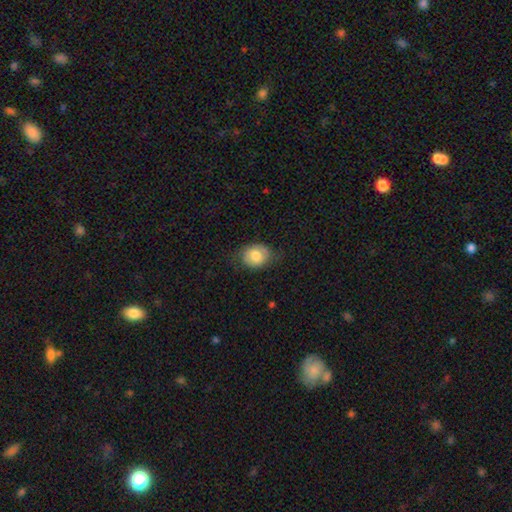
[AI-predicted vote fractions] smooth_or_featured: smooth (p=0.75) [alt: featured or disk p=0.18]
how_rounded: in between (p=0.53) [alt: round p=0.46]
merging: none (p=0.67) [alt: minor disturbance p=0.24]